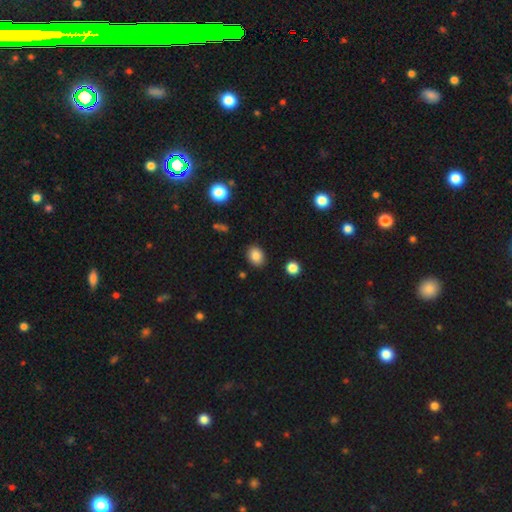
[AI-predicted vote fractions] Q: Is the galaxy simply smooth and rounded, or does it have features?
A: smooth — 85%.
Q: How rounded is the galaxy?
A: in between — 60%.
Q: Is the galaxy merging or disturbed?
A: none — 87%.